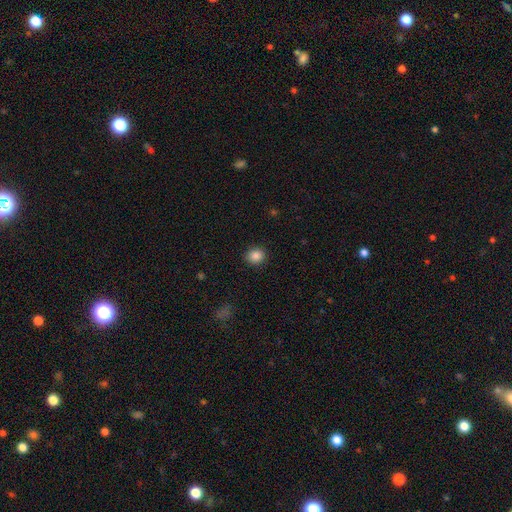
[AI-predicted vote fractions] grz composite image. It shows a smooth galaxy with no disk features (86%) that is round (79%). Merging: none (90%).